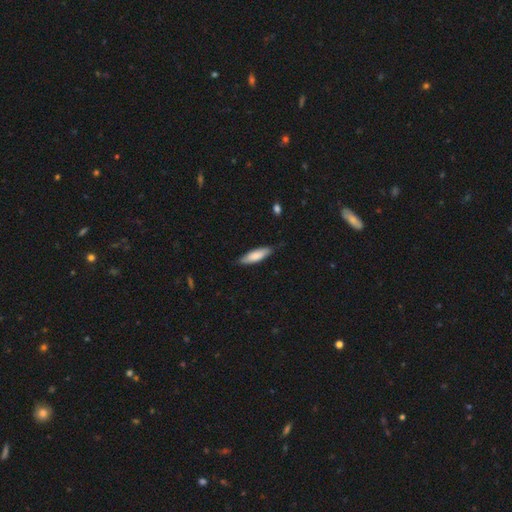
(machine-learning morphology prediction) type=smooth (78%); roundness=cigar-shaped (54%); merging=none (79%).